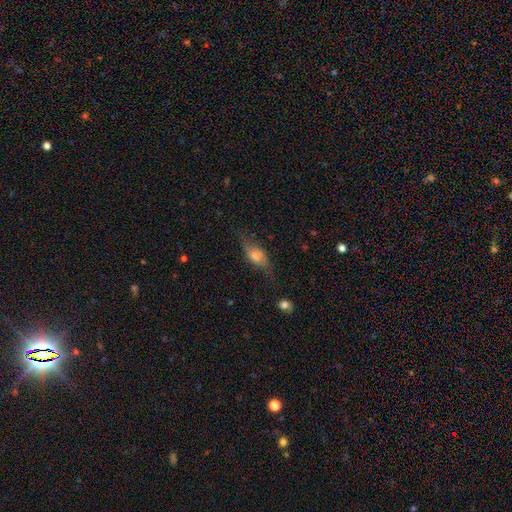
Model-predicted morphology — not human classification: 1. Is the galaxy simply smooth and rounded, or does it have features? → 53% featured or disk, 38% smooth, 9% star or artifact.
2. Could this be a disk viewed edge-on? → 63% yes, 37% no.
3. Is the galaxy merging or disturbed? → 65% none, 22% minor disturbance, 10% major disturbance, 2% merger.